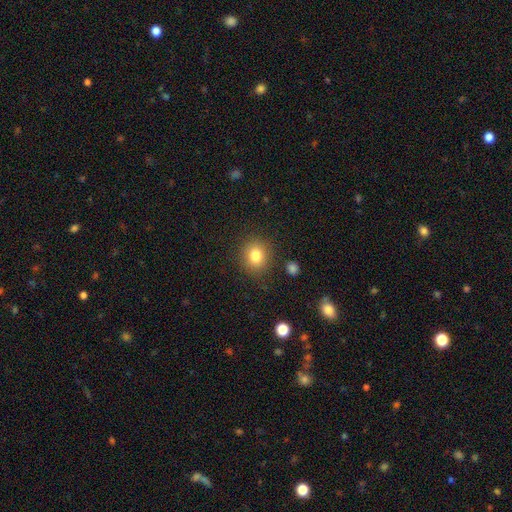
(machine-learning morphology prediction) Overall: smooth (81%). How rounded: round (82%). Merging: none (87%).